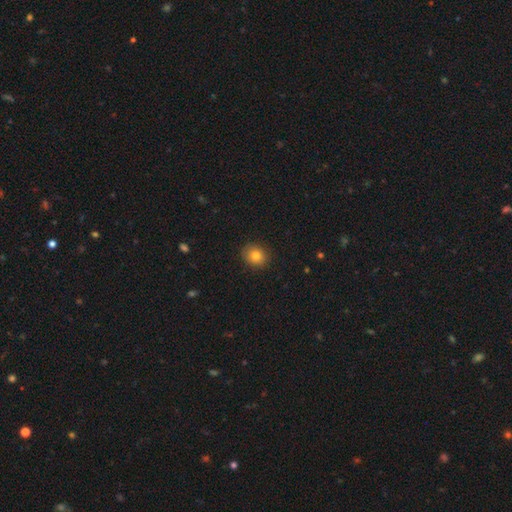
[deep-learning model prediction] smooth-or-featured: smooth: 81% | star or artifact: 11% | featured or disk: 8%
  how-rounded: round: 67% | in between: 32% | cigar-shaped: 1%
  merging: none: 88% | minor disturbance: 9% | major disturbance: 2% | merger: 1%